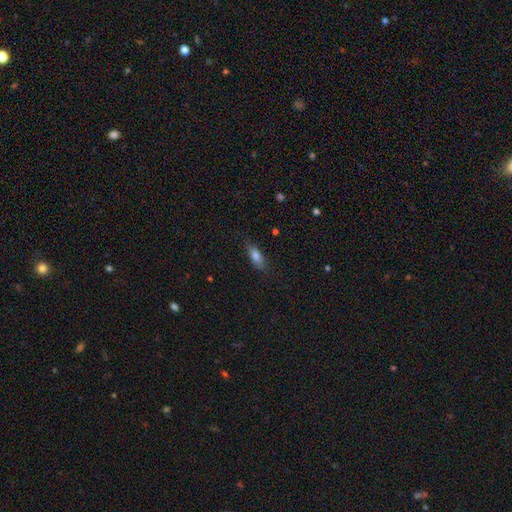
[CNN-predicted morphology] Smooth or featured? Predicted: smooth (p=0.80). How rounded? Predicted: in between (p=0.72). Merging? Predicted: none (p=0.81).